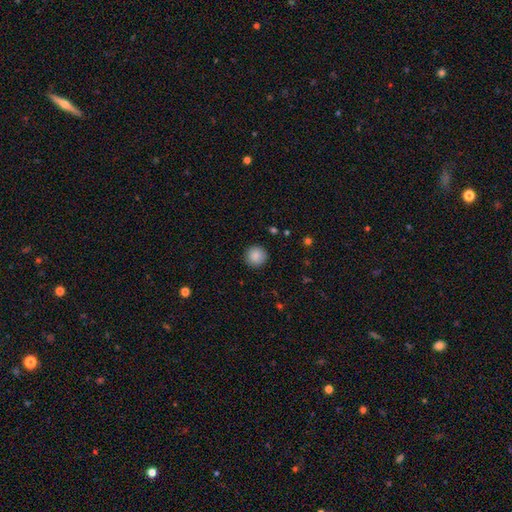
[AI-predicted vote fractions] Q: Smooth or featured?
A: smooth (88%); runner-up: star or artifact (8%)
Q: How rounded?
A: round (95%); runner-up: in between (4%)
Q: Merging?
A: none (92%); runner-up: minor disturbance (6%)